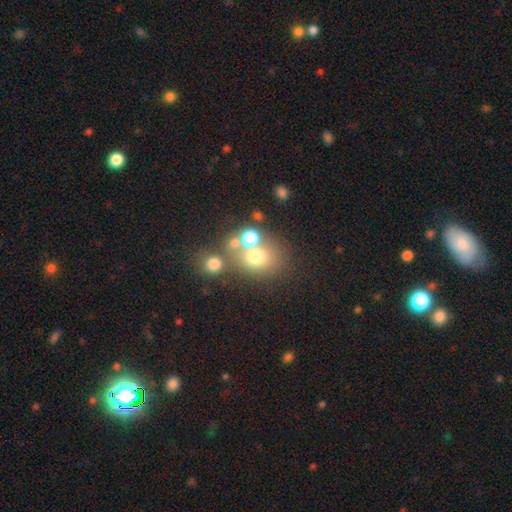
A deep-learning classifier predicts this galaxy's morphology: Q: Smooth or featured?
A: smooth (66%); runner-up: star or artifact (17%)
Q: How rounded?
A: round (68%); runner-up: in between (31%)
Q: Merging?
A: none (49%); runner-up: merger (34%)